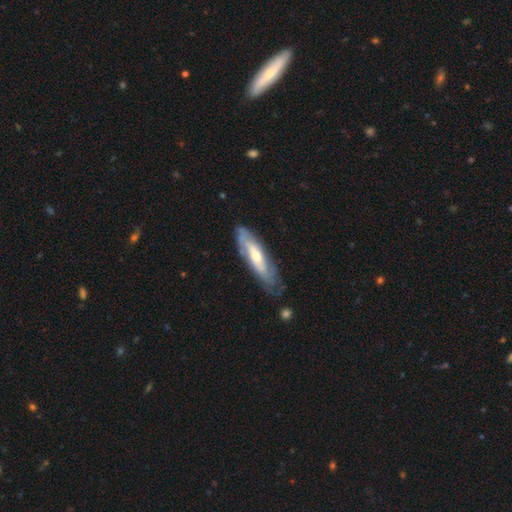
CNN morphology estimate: A featured or disk galaxy (65%). Merging: none (67%).